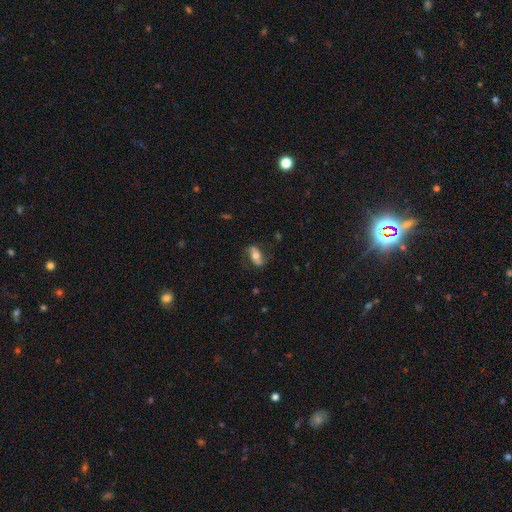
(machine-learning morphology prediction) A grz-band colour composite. It shows a smooth galaxy with no disk features (48%). Merging: none (73%).